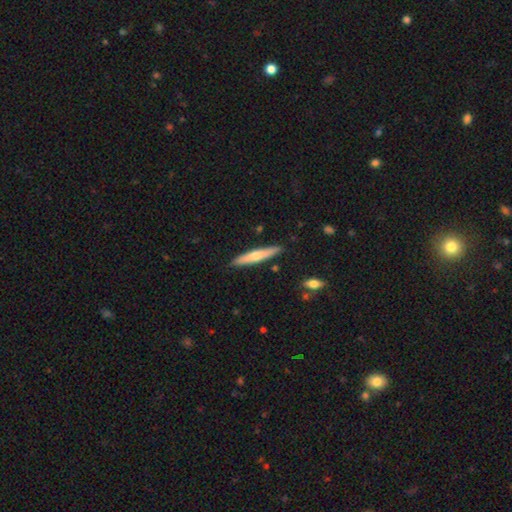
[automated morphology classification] type=smooth (57%); roundness=cigar-shaped (92%); merging=none (89%).